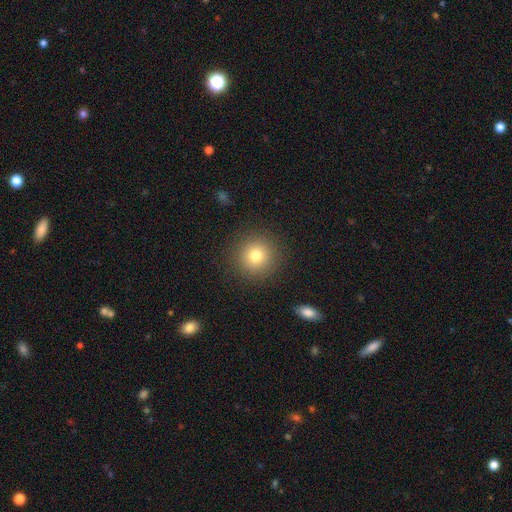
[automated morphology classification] type=smooth (79%); roundness=round (93%); merging=none (89%).